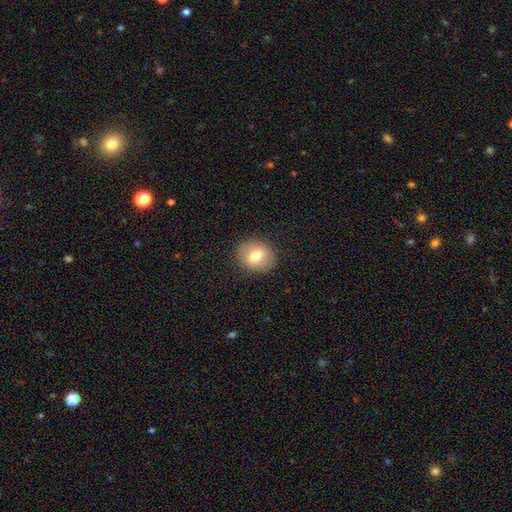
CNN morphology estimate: This is likely a smooth galaxy (72%). How rounded: likely round (70%). Merging: clearly none (88%).